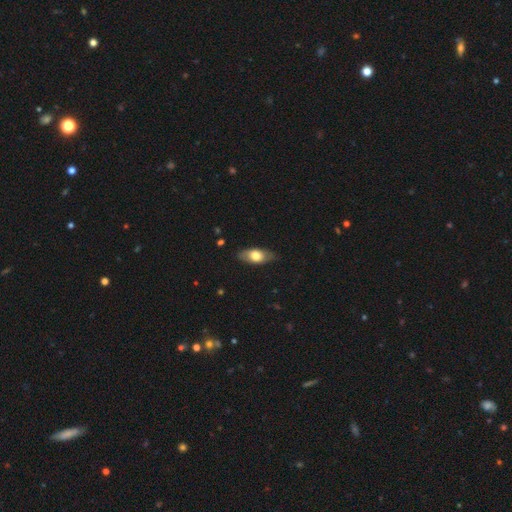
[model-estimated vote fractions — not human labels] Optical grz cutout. It shows a smooth galaxy with no disk features (67%) that is in between round and cigar-shaped (85%). Merging: none (81%).